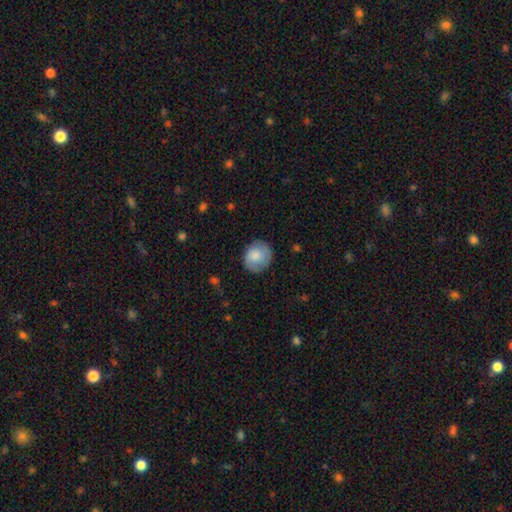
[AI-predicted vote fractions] Overall: smooth (80%). How rounded: round (81%). Merging: none (80%).